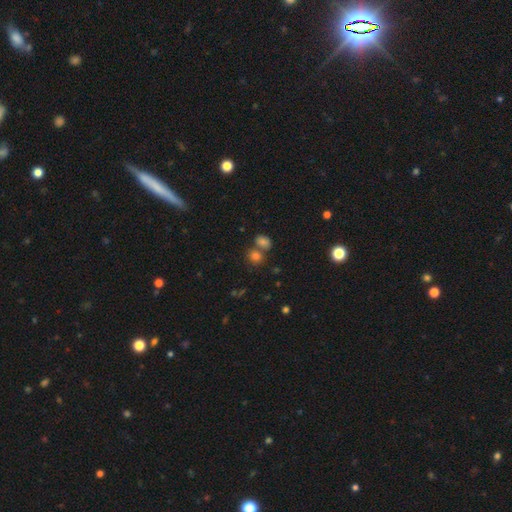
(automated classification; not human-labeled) Smooth or featured? star or artifact (38%, tied with smooth)